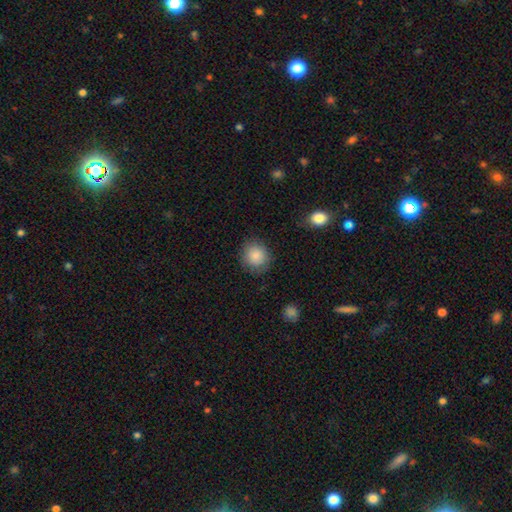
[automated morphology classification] smooth 86%, star or artifact 8%, featured or disk 6%. Down the decision tree: how rounded — round (88%); merging — none (83%).